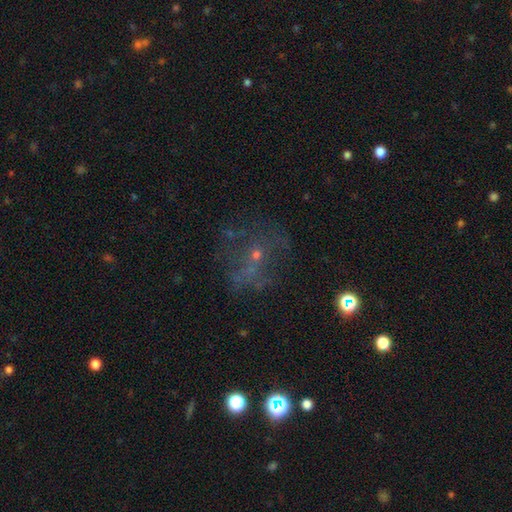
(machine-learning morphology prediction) smooth_or_featured: featured or disk (p=0.41) [alt: star or artifact p=0.31]
merging: none (p=0.54) [alt: major disturbance p=0.24]